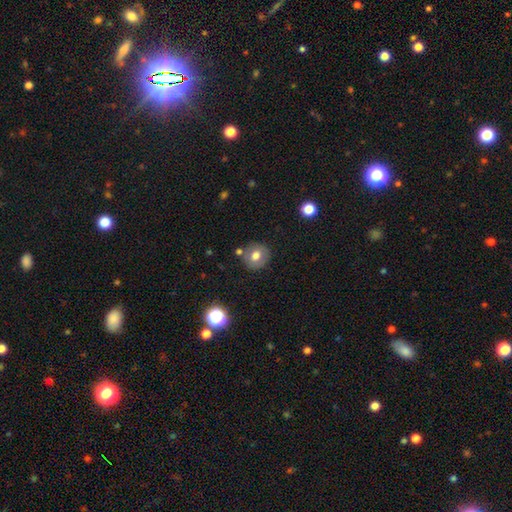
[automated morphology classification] smooth_or_featured: smooth (p=0.71) [alt: featured or disk p=0.18]
how_rounded: round (p=0.84) [alt: in between p=0.15]
merging: none (p=0.80) [alt: minor disturbance p=0.11]